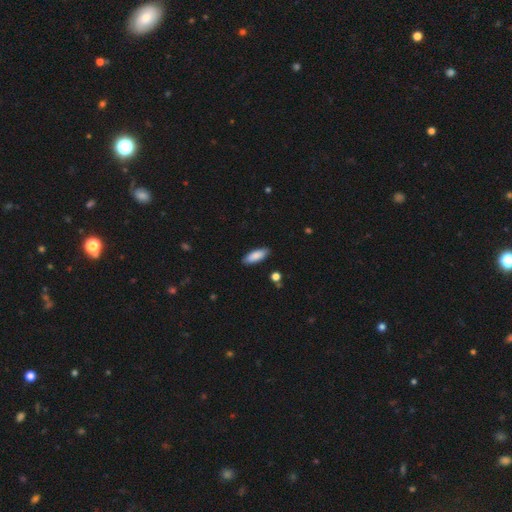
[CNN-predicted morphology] Overall: smooth (86%). How rounded: in between (70%). Merging: none (88%).